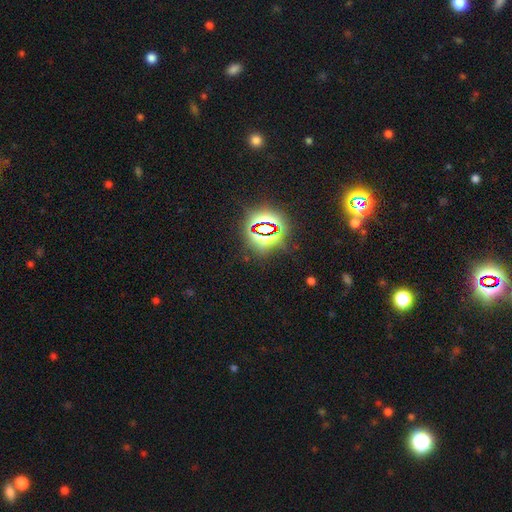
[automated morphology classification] Smooth or featured? star or artifact (83%)